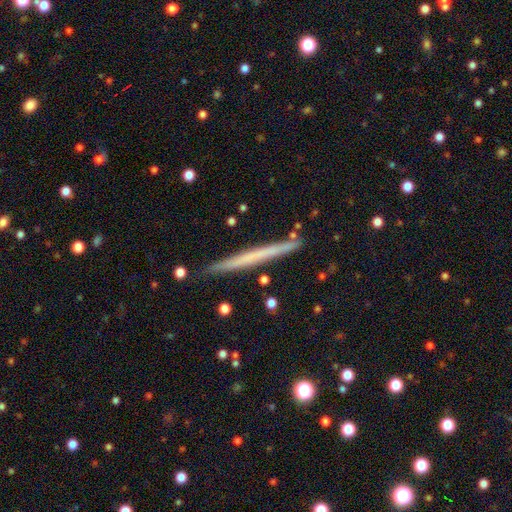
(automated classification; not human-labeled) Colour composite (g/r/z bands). It shows a featured or disk galaxy (50%). Merging: none (88%).